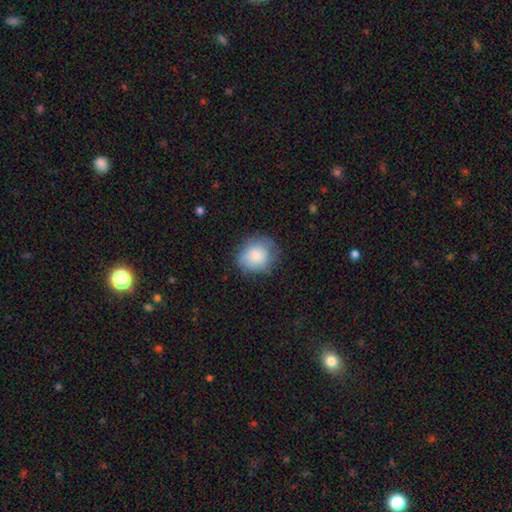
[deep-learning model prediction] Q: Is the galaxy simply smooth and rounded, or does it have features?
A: smooth — 82%.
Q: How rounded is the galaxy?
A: round — 73%.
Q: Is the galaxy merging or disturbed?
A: none — 71%.